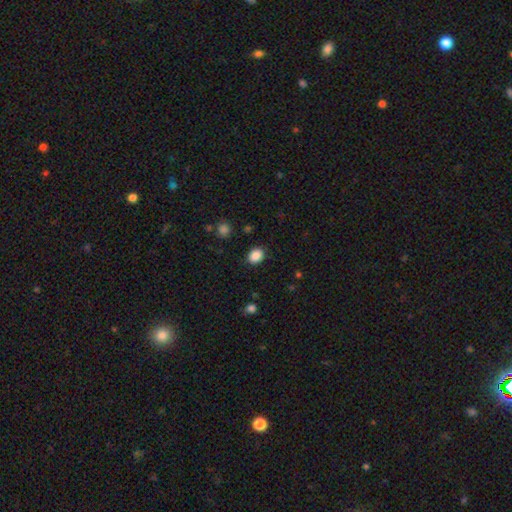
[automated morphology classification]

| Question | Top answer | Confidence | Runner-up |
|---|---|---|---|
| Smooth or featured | smooth | 87% | star or artifact (9%) |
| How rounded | in between | 58% | round (41%) |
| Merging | none | 86% | minor disturbance (10%) |